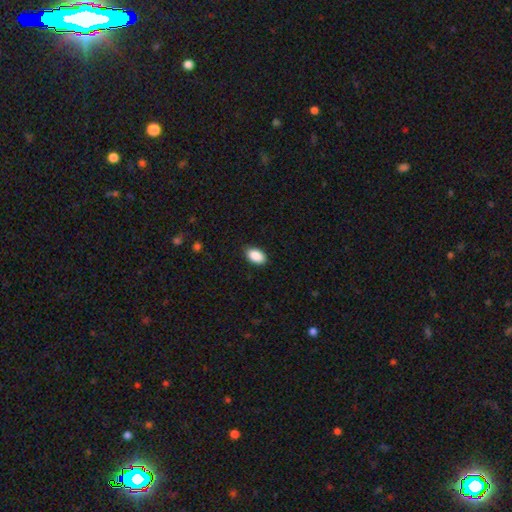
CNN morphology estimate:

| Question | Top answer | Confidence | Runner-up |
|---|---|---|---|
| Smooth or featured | smooth | 90% | star or artifact (7%) |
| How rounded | in between | 94% | round (5%) |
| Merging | none | 87% | minor disturbance (10%) |